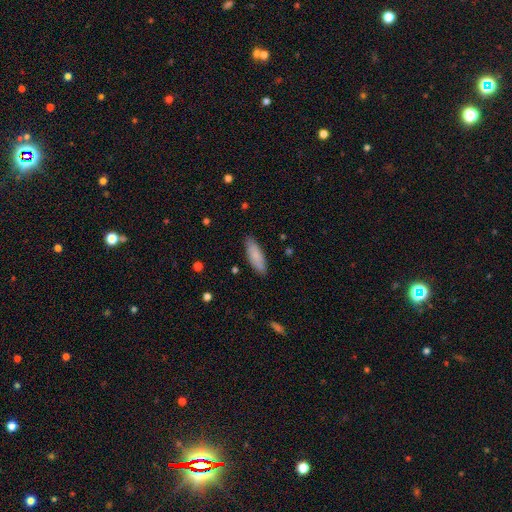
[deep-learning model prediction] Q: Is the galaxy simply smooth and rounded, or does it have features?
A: smooth — 81%.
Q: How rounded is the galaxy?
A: in between — 57%.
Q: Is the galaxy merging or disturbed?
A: none — 86%.